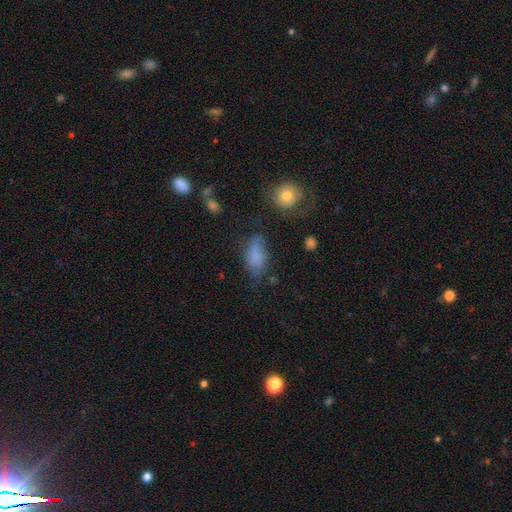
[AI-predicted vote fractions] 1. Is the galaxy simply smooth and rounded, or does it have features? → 73% smooth, 15% featured or disk, 12% star or artifact.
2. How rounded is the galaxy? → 87% in between, 7% round, 6% cigar-shaped.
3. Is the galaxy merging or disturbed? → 45% none, 30% minor disturbance, 19% major disturbance, 6% merger.